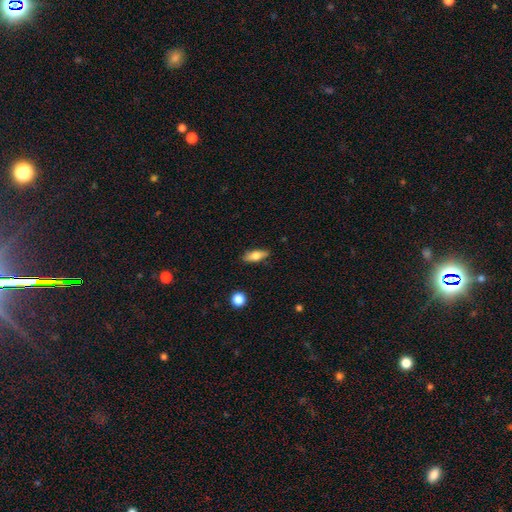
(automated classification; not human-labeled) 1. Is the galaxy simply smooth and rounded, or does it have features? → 67% smooth, 25% featured or disk, 7% star or artifact.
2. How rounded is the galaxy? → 67% in between, 29% cigar-shaped, 4% round.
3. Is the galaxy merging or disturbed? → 83% none, 13% minor disturbance, 3% major disturbance, 1% merger.